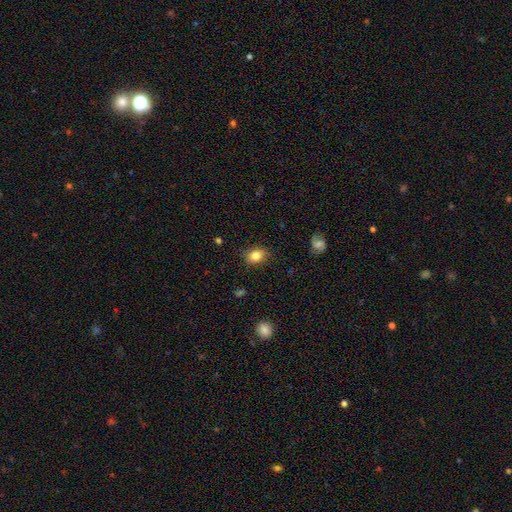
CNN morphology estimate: Smooth or featured?
  - smooth: 83% *
  - star or artifact: 9%
  - featured or disk: 8%
How rounded?
  - in between: 63% *
  - round: 36%
  - cigar-shaped: 1%
Merging?
  - none: 85% *
  - minor disturbance: 11%
  - major disturbance: 2%
  - merger: 1%